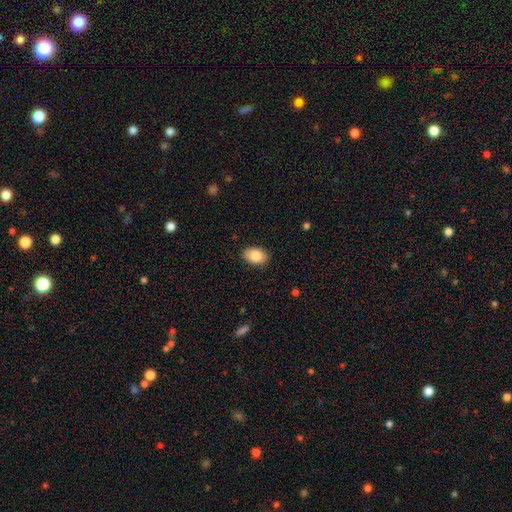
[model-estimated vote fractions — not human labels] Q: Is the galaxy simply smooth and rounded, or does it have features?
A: smooth — 83%.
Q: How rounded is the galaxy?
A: in between — 87%.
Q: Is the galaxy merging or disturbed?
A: none — 87%.